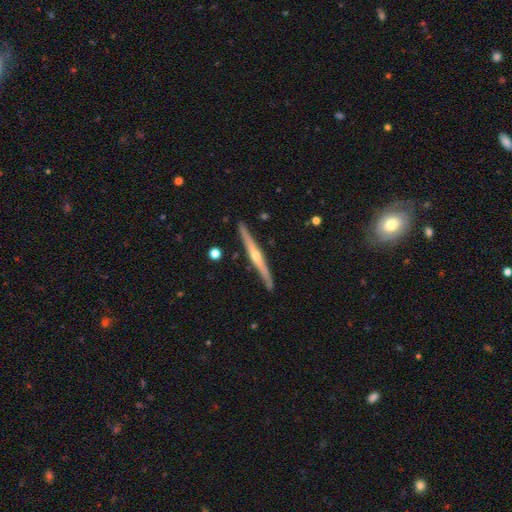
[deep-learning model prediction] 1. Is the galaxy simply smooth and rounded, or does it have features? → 79% featured or disk, 16% smooth, 5% star or artifact.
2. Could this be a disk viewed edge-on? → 98% yes, 2% no.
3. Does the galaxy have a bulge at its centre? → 84% rounded, 12% none, 3% boxy.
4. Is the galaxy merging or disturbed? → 90% none, 7% minor disturbance, 1% merger, 1% major disturbance.